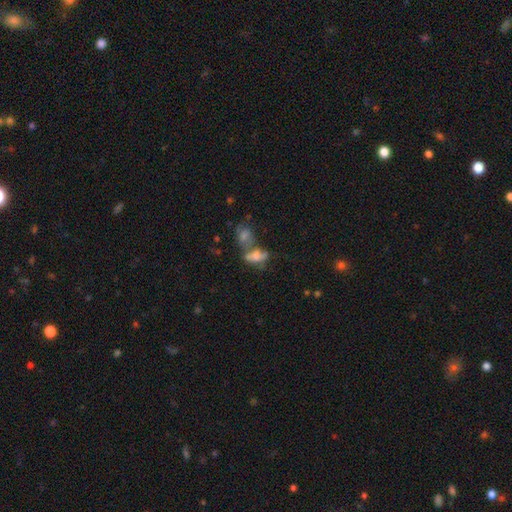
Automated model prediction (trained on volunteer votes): Q: Smooth or featured?
A: smooth (61%); runner-up: featured or disk (24%)
Q: How rounded?
A: in between (81%); runner-up: round (13%)
Q: Merging?
A: merger (52%); runner-up: none (24%)